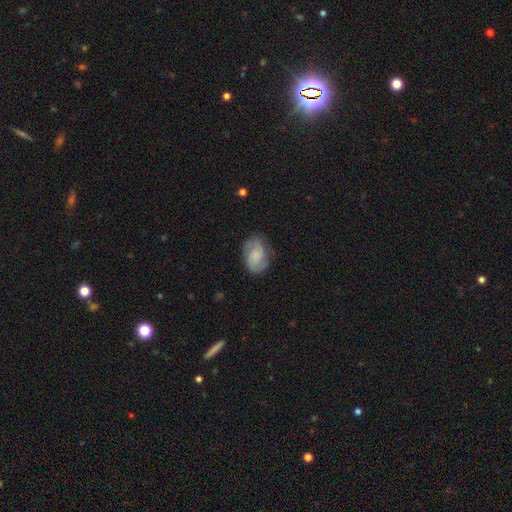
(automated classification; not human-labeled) smooth-or-featured: featured or disk: 58% | smooth: 34% | star or artifact: 8%
  disk-edge-on: no: 97% | yes: 3%
    bar: no: 61% | weak: 33% | strong: 6%
    has-spiral-arms: yes: 91% | no: 9%
      spiral-winding: medium: 47% | tight: 32% | loose: 21%
      spiral-arm-count: 2: 77% | can't tell: 12% | 3: 5% | 1: 3% | 4: 2% | more than 4: 2%
    bulge-size: none: 40% | small: 32% | moderate: 19% | large: 7% | dominant: 2%
  merging: none: 73% | minor disturbance: 19% | major disturbance: 7% | merger: 1%